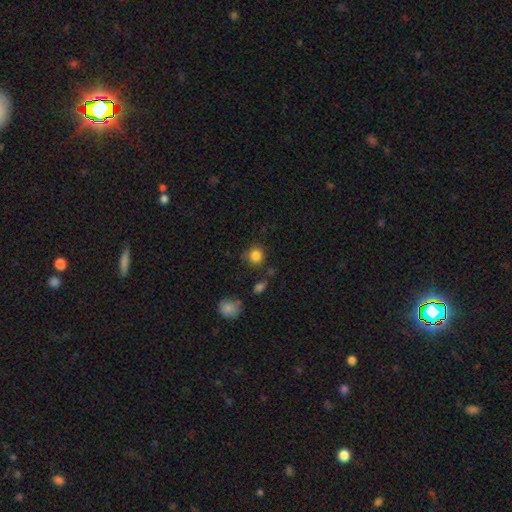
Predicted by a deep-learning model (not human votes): The model was most divided on "merging": none: 75%, minor disturbance: 16%, major disturbance: 5%, merger: 4%. More confident: how rounded — round (86%); smooth or featured — smooth (84%).